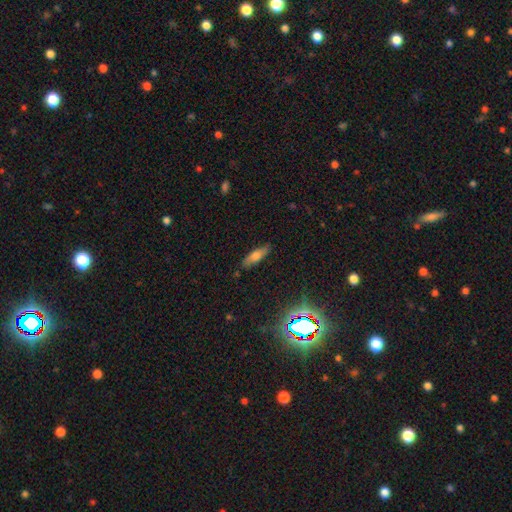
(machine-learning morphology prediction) Smooth or featured: smooth — 59% (featured or disk — 28%)
How rounded: cigar-shaped — 57% (in between — 40%)
Merging: none — 85% (minor disturbance — 11%)